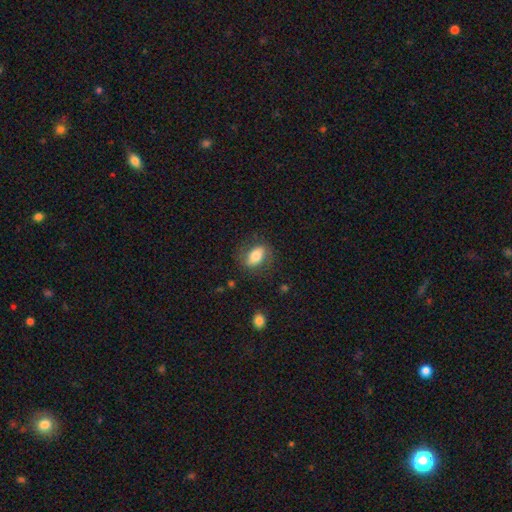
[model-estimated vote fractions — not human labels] A smooth galaxy with no disk features (69%) that is in between round and cigar-shaped (84%).

Vote fractions:
- Smooth or featured? smooth: 69% / featured or disk: 24% / star or artifact: 7%
- How rounded? in between: 84% / round: 10% / cigar-shaped: 7%
- Merging? none: 75% / minor disturbance: 16% / major disturbance: 8% / merger: 1%